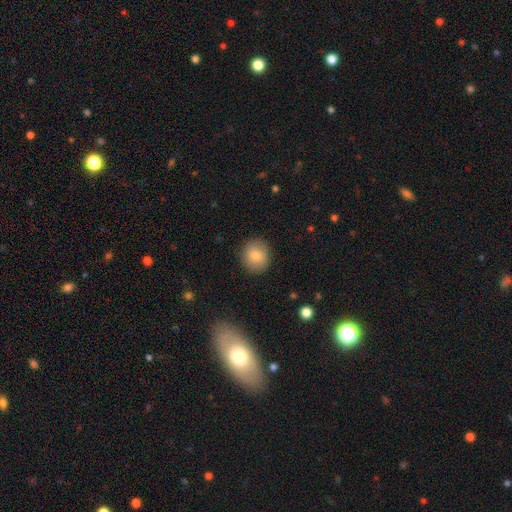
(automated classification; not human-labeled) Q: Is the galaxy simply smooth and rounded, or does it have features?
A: smooth — 80%.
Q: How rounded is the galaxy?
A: round — 76%.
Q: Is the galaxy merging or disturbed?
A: none — 87%.